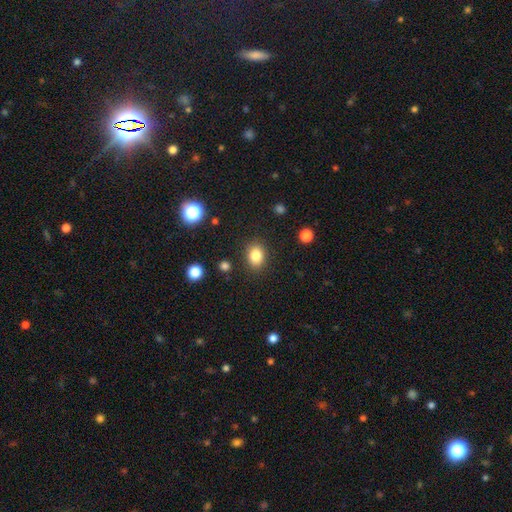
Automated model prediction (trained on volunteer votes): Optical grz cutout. It shows a smooth galaxy with no disk features (83%) that is in between round and cigar-shaped (57%). Merging: none (87%).